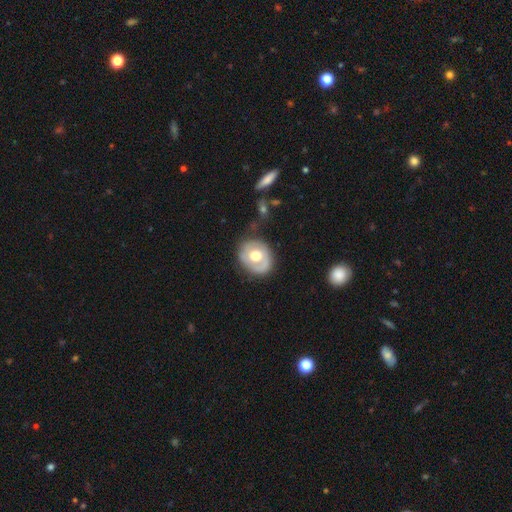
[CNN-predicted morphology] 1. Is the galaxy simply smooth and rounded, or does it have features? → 51% featured or disk, 43% smooth, 6% star or artifact.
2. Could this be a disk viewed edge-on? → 96% no, 4% yes.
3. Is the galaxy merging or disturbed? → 72% none, 19% minor disturbance, 7% major disturbance, 2% merger.